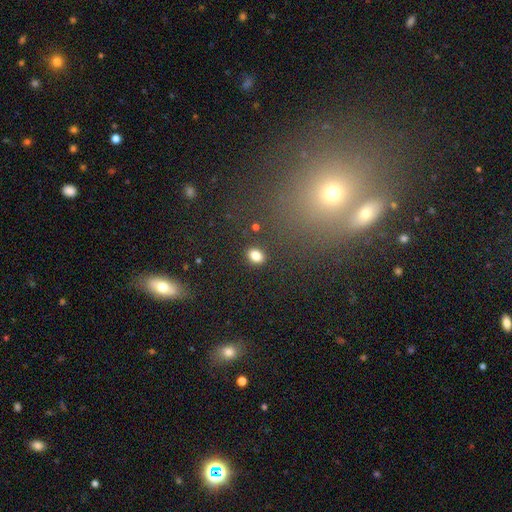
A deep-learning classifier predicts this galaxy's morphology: Q: Smooth or featured?
A: smooth (82%); runner-up: star or artifact (12%)
Q: How rounded?
A: in between (67%); runner-up: round (31%)
Q: Merging?
A: none (86%); runner-up: minor disturbance (9%)